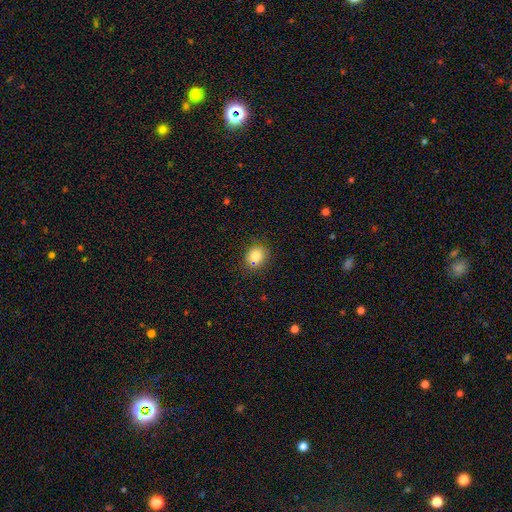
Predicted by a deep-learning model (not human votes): A smooth galaxy with no disk features (80%) that is round (73%).

Vote fractions:
- Smooth or featured? smooth: 80% / star or artifact: 12% / featured or disk: 8%
- How rounded? round: 73% / in between: 26% / cigar-shaped: 1%
- Merging? none: 76% / minor disturbance: 14% / merger: 7% / major disturbance: 3%